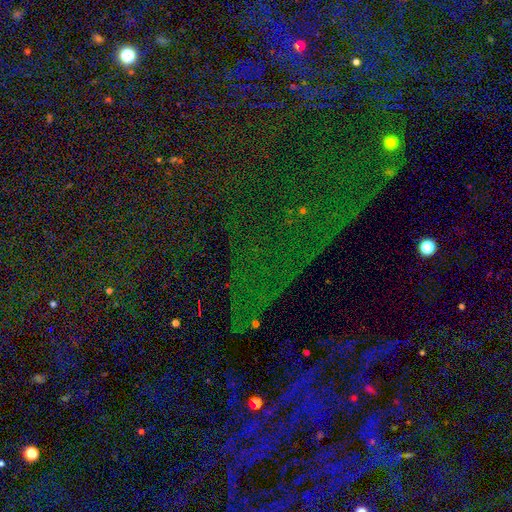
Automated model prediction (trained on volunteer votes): smooth_or_featured: star or artifact (p=0.79) [alt: smooth p=0.12]